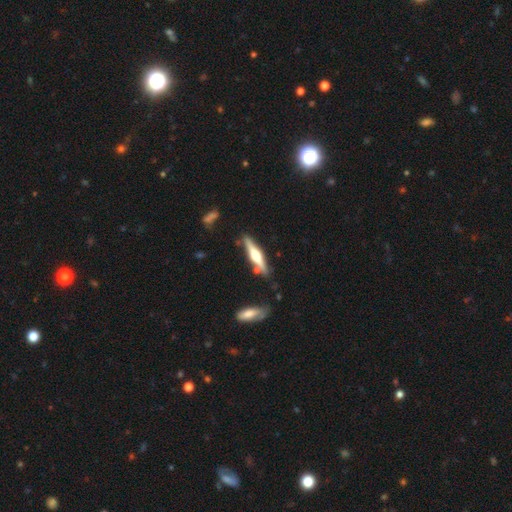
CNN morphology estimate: This is likely a featured or disk galaxy (67%). It is clearly viewed edge-on (97%). Edge-on bulge: clearly rounded (90%). Merging: clearly none (81%).